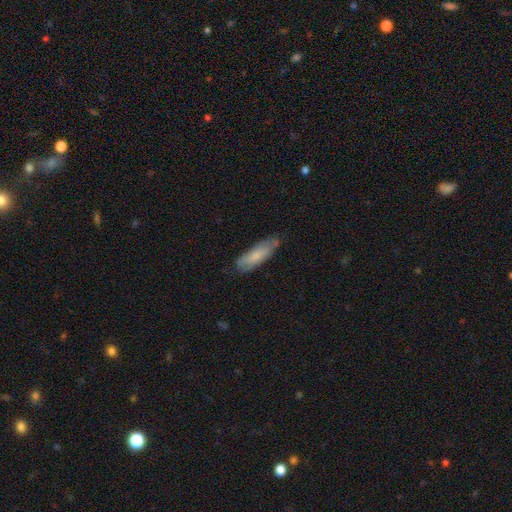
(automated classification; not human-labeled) Smooth or featured? smooth (74%)
How rounded? cigar-shaped (53%)
Merging? none (67%)